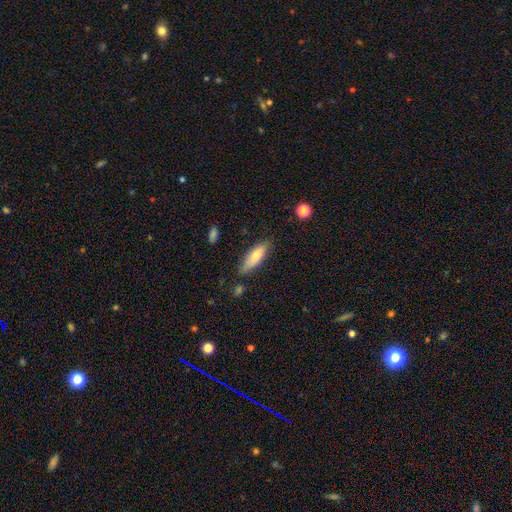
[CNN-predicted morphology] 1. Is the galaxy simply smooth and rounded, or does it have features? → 72% smooth, 21% featured or disk, 7% star or artifact.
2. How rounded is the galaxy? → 52% in between, 46% cigar-shaped, 2% round.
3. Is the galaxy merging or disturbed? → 78% none, 16% minor disturbance, 3% major disturbance, 3% merger.